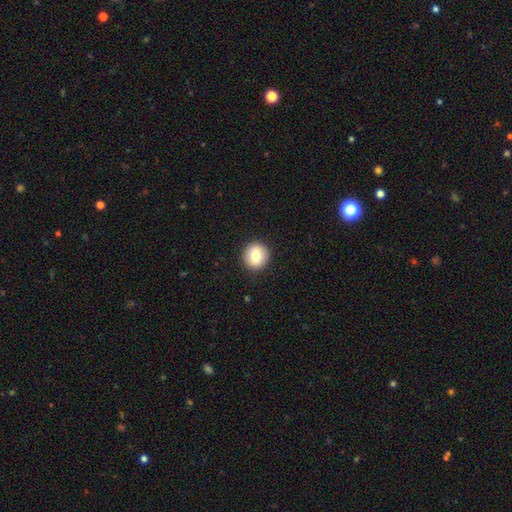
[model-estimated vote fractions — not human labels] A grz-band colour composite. It shows a smooth galaxy with no disk features (75%) that is round (91%). Merging: none (91%).